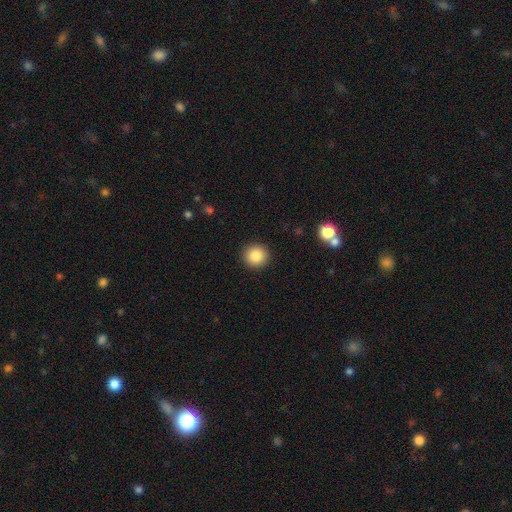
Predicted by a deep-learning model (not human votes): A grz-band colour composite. It shows a smooth galaxy with no disk features (86%) that is round (94%). Merging: none (92%).